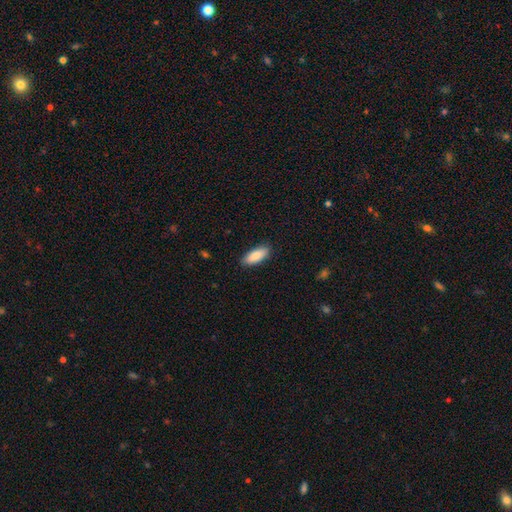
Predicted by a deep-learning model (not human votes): A smooth galaxy with no disk features (89%) that is in between round and cigar-shaped (75%). Merging: none (88%).